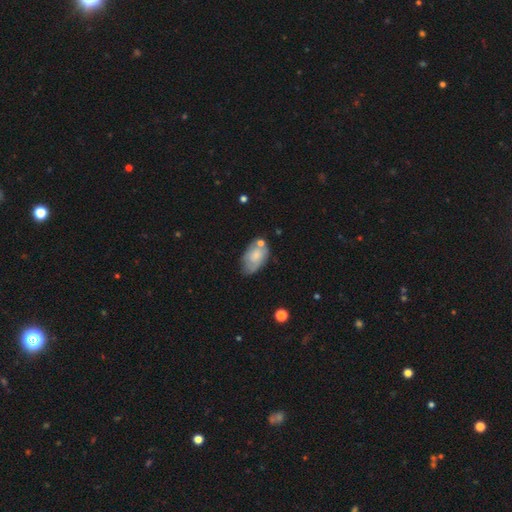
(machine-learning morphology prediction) smooth-or-featured: smooth: 56% | featured or disk: 37% | star or artifact: 7%
  how-rounded: in between: 93% | round: 5% | cigar-shaped: 2%
  merging: none: 52% | minor disturbance: 27% | merger: 12% | major disturbance: 9%